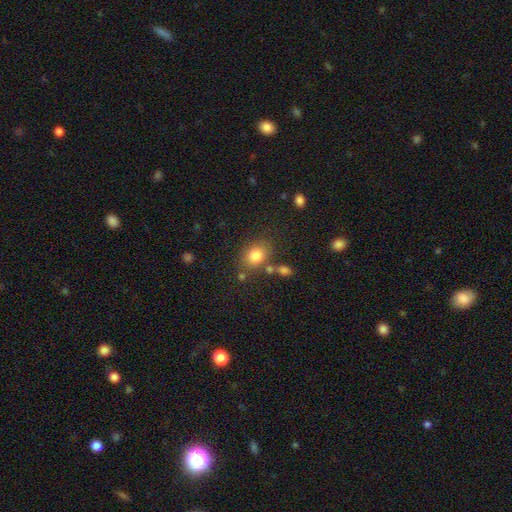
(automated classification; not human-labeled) Q: Smooth or featured?
A: smooth (81%); runner-up: star or artifact (10%)
Q: How rounded?
A: in between (55%); runner-up: round (44%)
Q: Merging?
A: none (71%); runner-up: minor disturbance (14%)